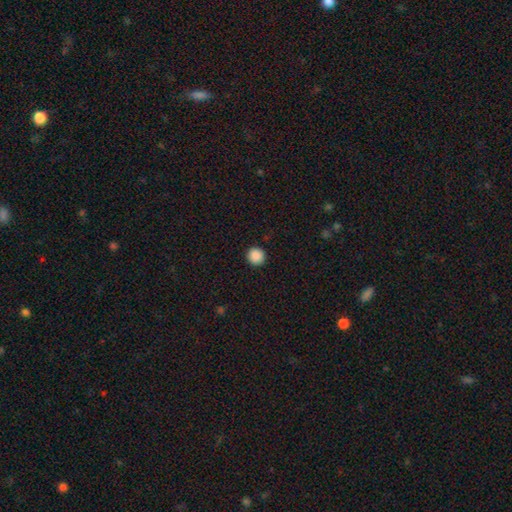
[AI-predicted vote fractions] A smooth galaxy with no disk features (89%) that is round (94%). Merging: none (93%).